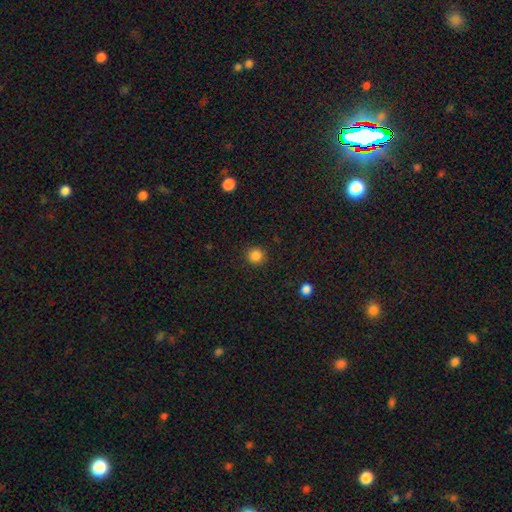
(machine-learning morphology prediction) A smooth galaxy with no disk features (85%) that is round (93%). Merging: none (91%).